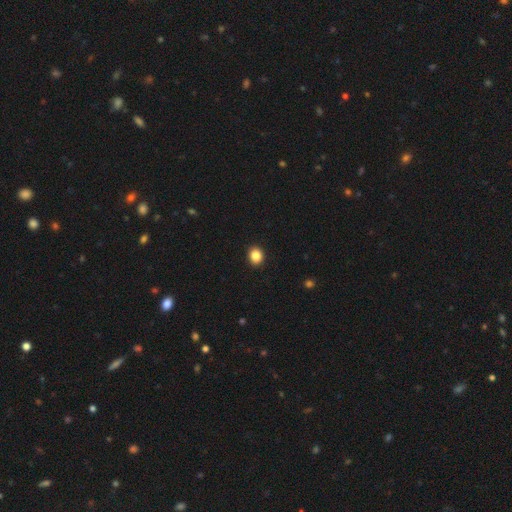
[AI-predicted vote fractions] Smooth or featured: smooth — 87% (star or artifact — 10%)
How rounded: round — 66% (in between — 33%)
Merging: none — 92% (minor disturbance — 5%)